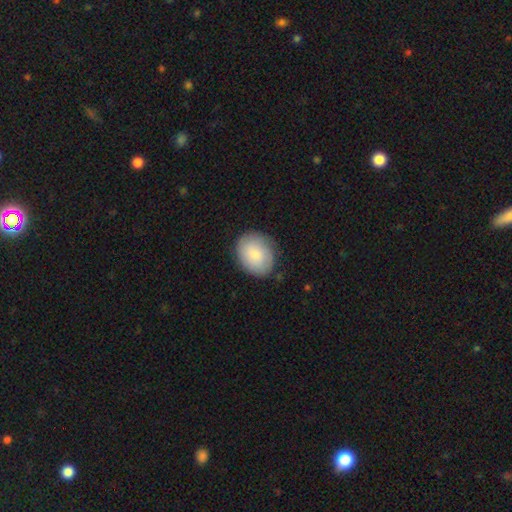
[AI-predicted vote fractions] smooth 81%, featured or disk 13%, star or artifact 6%. Down the decision tree: how rounded — in between (53%); merging — none (82%).